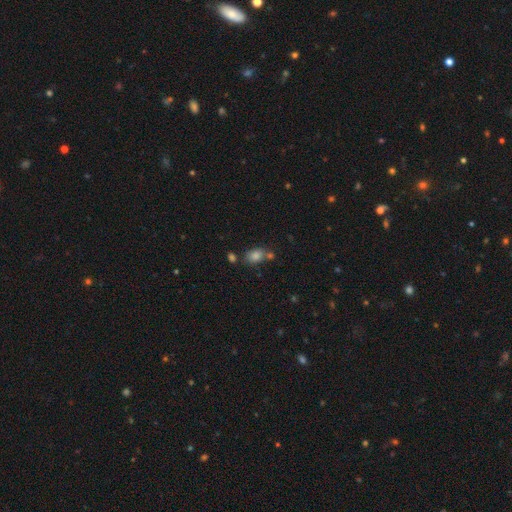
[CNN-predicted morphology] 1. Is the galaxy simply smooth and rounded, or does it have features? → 81% smooth, 11% star or artifact, 7% featured or disk.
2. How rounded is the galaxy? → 75% in between, 23% round, 2% cigar-shaped.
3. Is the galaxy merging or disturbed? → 62% none, 19% merger, 15% minor disturbance, 5% major disturbance.